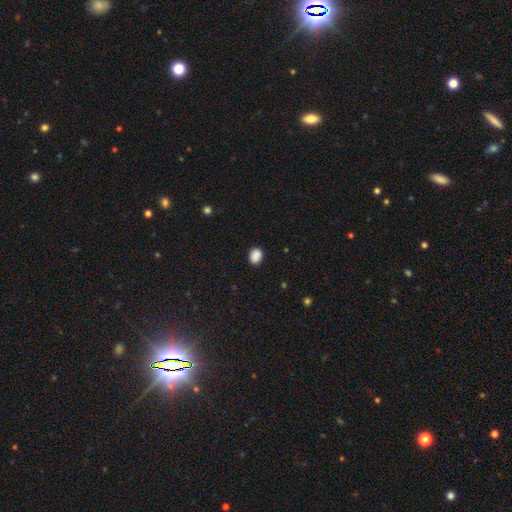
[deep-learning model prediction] smooth_or_featured: smooth (p=0.88) [alt: star or artifact p=0.09]
how_rounded: in between (p=0.58) [alt: round p=0.41]
merging: none (p=0.87) [alt: minor disturbance p=0.10]